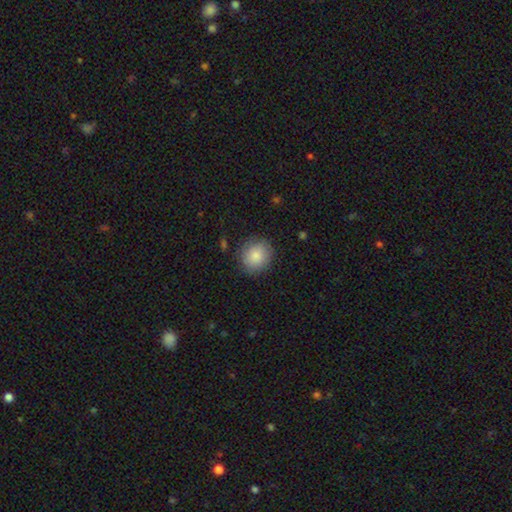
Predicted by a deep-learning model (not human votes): Overall: smooth (85%). How rounded: round (83%). Merging: none (85%).